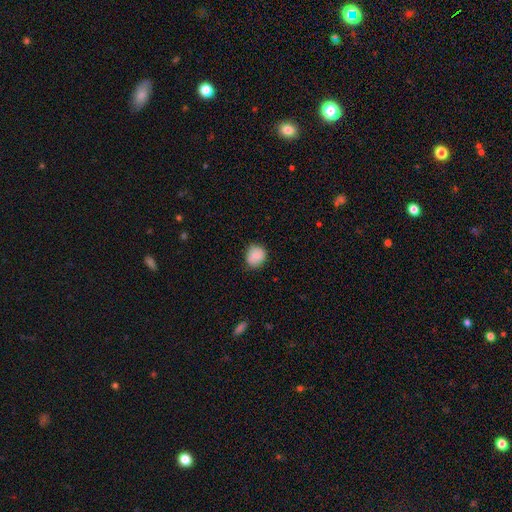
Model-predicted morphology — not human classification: This is likely a smooth galaxy (79%). How rounded: likely round (80%). Merging: likely none (78%).